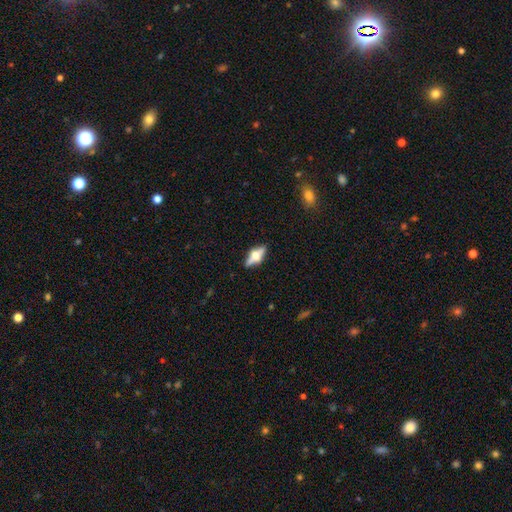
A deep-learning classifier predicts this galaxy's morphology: A featured or disk galaxy (64%) viewed edge-on (92%) with a rounded central bulge (93%).

Vote fractions:
- Smooth or featured? featured or disk: 64% / smooth: 28% / star or artifact: 8%
- Edge-on disk? yes: 92% / no: 8%
- Edge-on bulge? rounded: 93% / boxy: 6% / none: 2%
- Merging? none: 83% / minor disturbance: 11% / major disturbance: 3% / merger: 3%